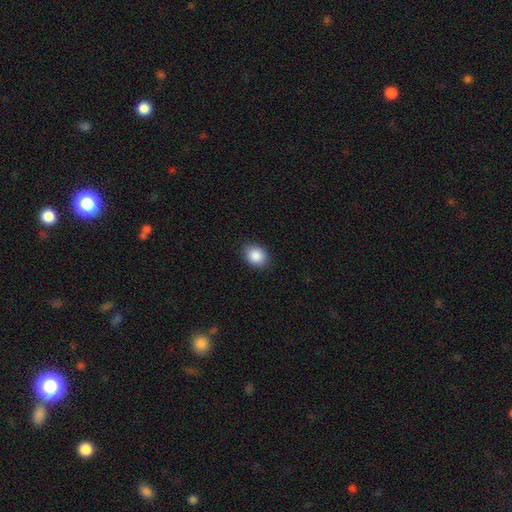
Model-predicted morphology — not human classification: Q: Smooth or featured?
A: smooth (89%); runner-up: star or artifact (8%)
Q: How rounded?
A: in between (54%); runner-up: round (45%)
Q: Merging?
A: none (88%); runner-up: minor disturbance (9%)